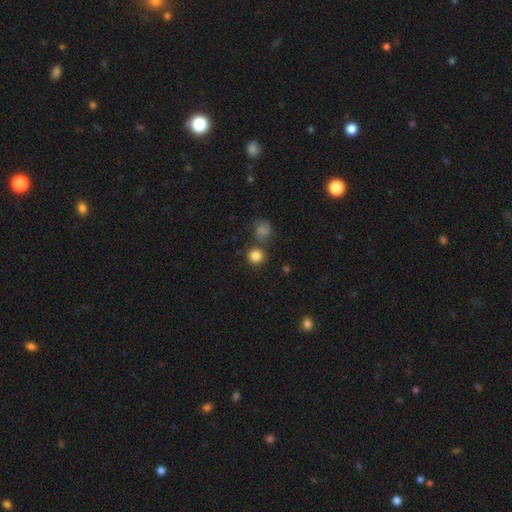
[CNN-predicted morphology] A smooth galaxy with no disk features (84%) that is round (92%). Merging: none (74%).